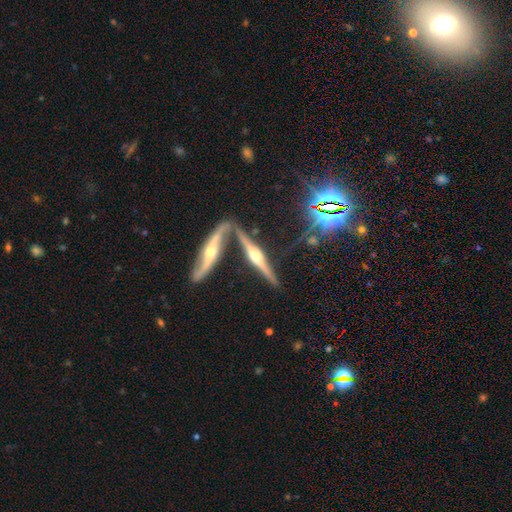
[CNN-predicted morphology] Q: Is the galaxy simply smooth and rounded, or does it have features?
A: featured or disk — 83%.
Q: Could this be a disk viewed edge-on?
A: yes — 95%.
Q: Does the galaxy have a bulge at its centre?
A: rounded — 94%.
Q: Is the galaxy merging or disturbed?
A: none — 64%.